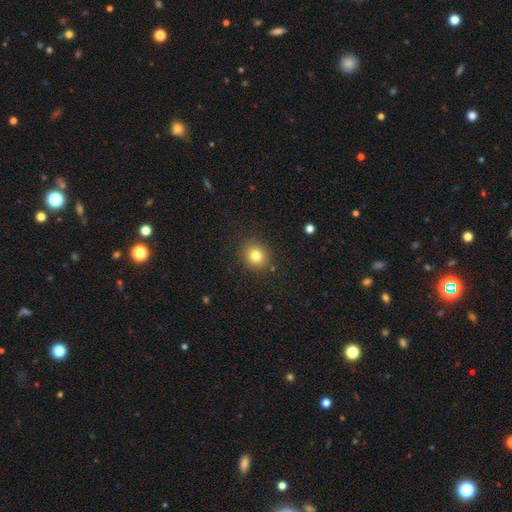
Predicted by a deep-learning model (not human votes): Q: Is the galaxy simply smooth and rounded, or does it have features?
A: smooth — 81%.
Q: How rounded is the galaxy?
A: round — 79%.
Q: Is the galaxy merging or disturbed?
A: none — 88%.